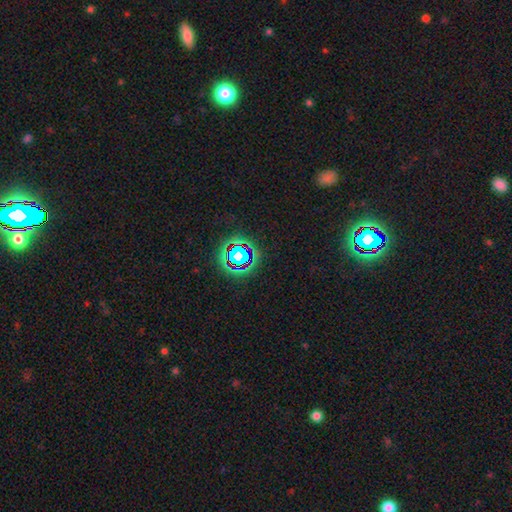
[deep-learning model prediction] A star or artifact, not a galaxy (80%).

Vote fractions:
- Smooth or featured? star or artifact: 80% / smooth: 11% / featured or disk: 8%